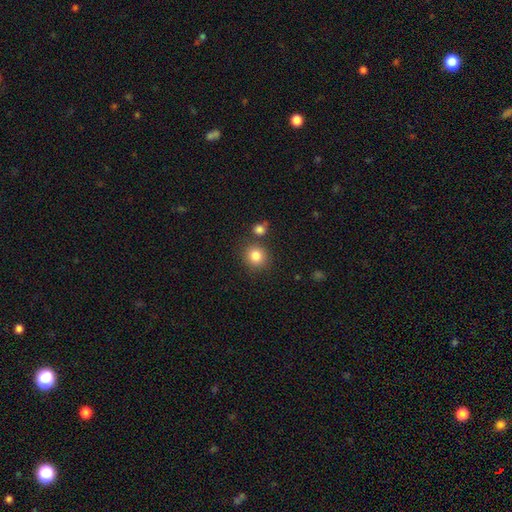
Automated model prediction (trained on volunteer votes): Smooth or featured?
  - smooth: 84% *
  - star or artifact: 11%
  - featured or disk: 6%
How rounded?
  - round: 86% *
  - in between: 13%
  - cigar-shaped: 1%
Merging?
  - none: 79% *
  - merger: 9%
  - minor disturbance: 9%
  - major disturbance: 3%